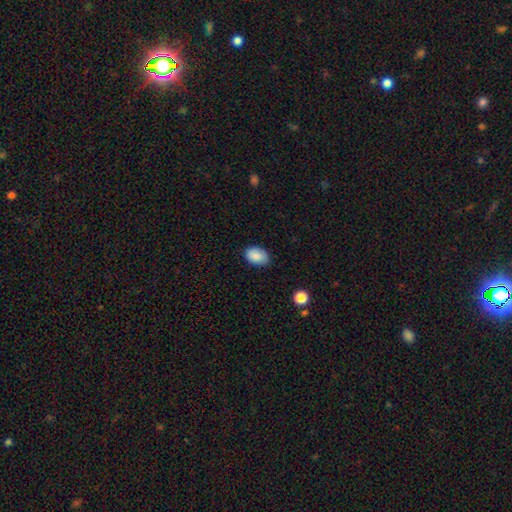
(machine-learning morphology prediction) A smooth galaxy with no disk features (88%) that is in between round and cigar-shaped (84%). Merging: none (81%).